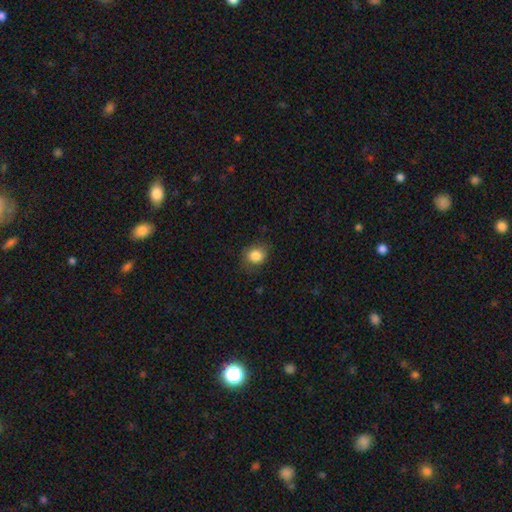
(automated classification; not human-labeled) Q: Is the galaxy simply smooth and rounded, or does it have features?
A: smooth — 85%.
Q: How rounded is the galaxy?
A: round — 70%.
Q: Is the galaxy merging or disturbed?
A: none — 77%.